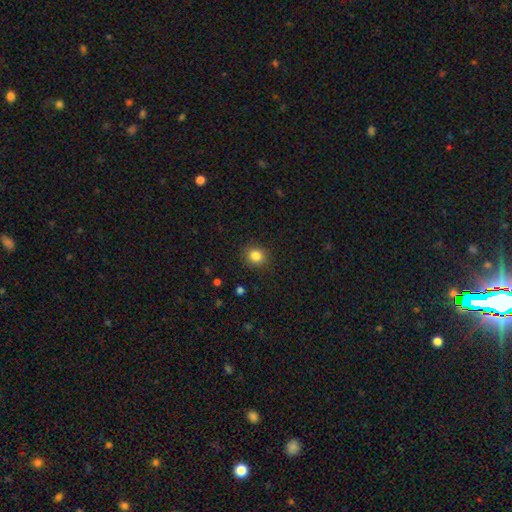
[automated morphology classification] type=smooth (84%); roundness=round (81%); merging=none (89%).